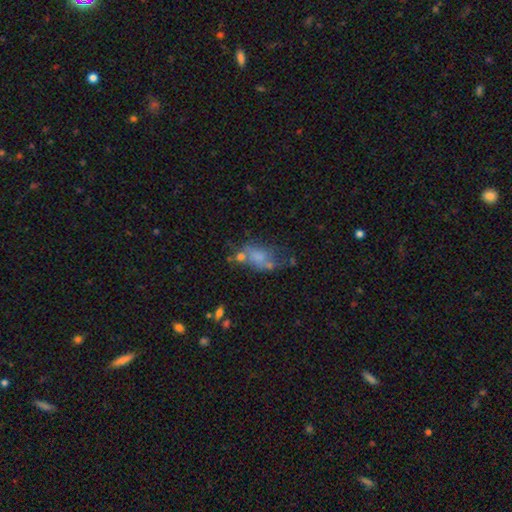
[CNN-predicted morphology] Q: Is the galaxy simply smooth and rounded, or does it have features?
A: smooth — 46%.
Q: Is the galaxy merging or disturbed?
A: none — 34%.